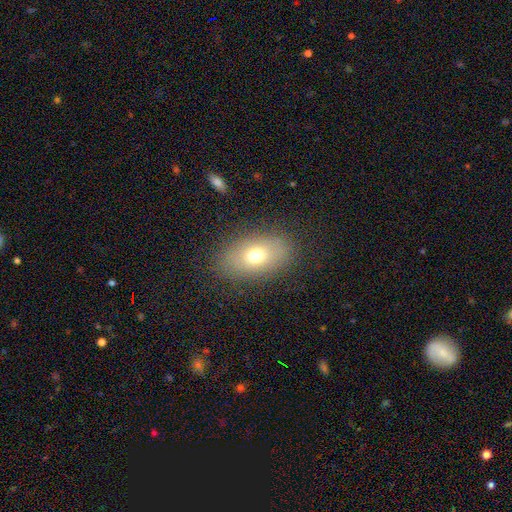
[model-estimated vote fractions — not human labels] Q: Smooth or featured?
A: smooth (69%); runner-up: featured or disk (19%)
Q: How rounded?
A: in between (85%); runner-up: round (13%)
Q: Merging?
A: none (84%); runner-up: minor disturbance (11%)